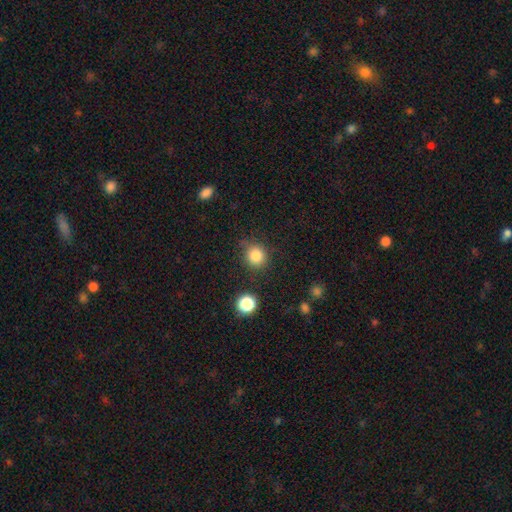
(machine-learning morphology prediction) smooth_or_featured: smooth (p=0.84) [alt: star or artifact p=0.11]
how_rounded: round (p=0.87) [alt: in between p=0.12]
merging: none (p=0.79) [alt: minor disturbance p=0.13]